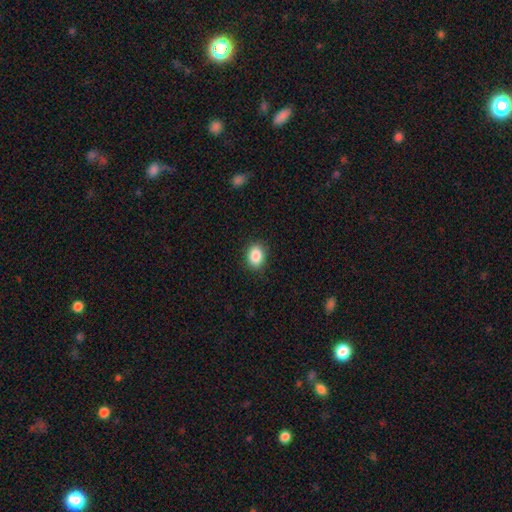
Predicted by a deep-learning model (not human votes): Morphology: type=smooth (88%); roundness=in between (69%); merging=none (88%).